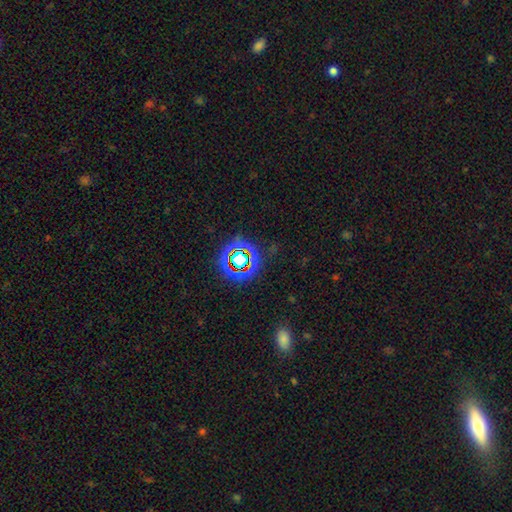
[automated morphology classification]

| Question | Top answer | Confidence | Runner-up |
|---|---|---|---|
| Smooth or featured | star or artifact | 63% | smooth (21%) |